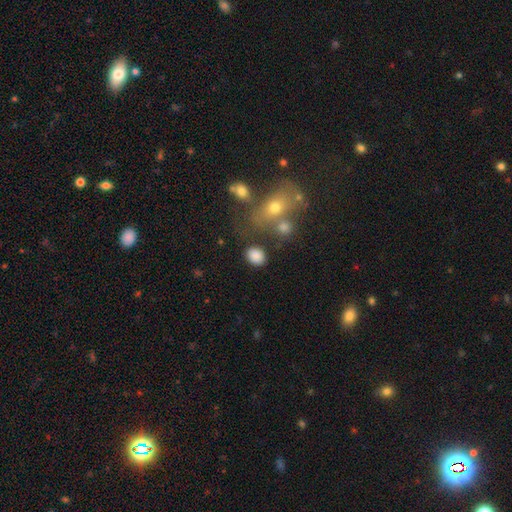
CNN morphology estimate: Smooth or featured?
  - smooth: 85% *
  - star or artifact: 9%
  - featured or disk: 6%
How rounded?
  - in between: 55% *
  - round: 43%
  - cigar-shaped: 1%
Merging?
  - none: 75% *
  - minor disturbance: 13%
  - merger: 7%
  - major disturbance: 5%